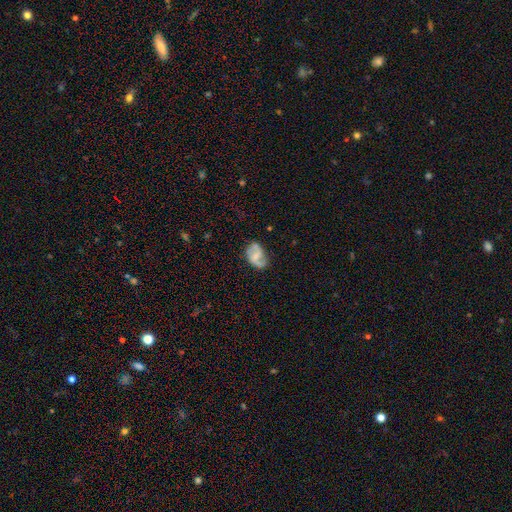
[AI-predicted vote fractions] smooth_or_featured: featured or disk (p=0.69) [alt: smooth p=0.25]
disk_edge_on: no (p=0.97) [alt: yes p=0.03]
bar: weak (p=0.45) [alt: no p=0.41]
has_spiral_arms: yes (p=0.89) [alt: no p=0.11]
spiral_winding: medium (p=0.42) [tied with: loose p=0.42]
spiral_arm_count: 2 (p=0.84) [alt: can't tell p=0.07]
bulge_size: small (p=0.51) [alt: moderate p=0.33]
merging: none (p=0.64) [alt: minor disturbance p=0.24]